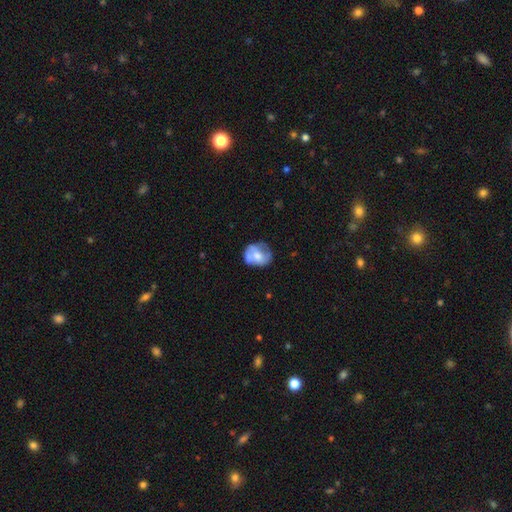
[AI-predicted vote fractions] Smooth or featured? smooth (47%)
Merging? none (39%)